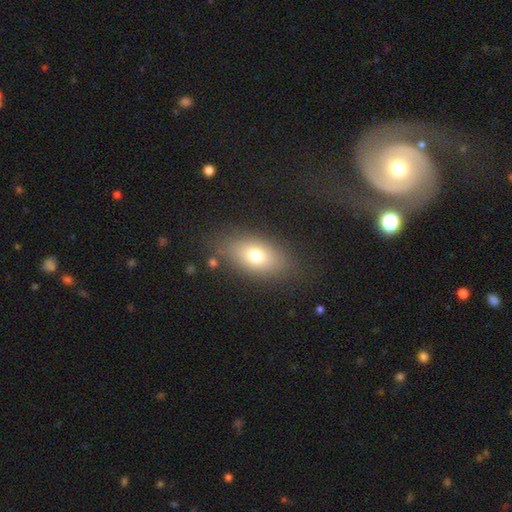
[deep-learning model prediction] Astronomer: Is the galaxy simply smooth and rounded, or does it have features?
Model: smooth — 73%.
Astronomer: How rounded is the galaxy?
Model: in between — 85%.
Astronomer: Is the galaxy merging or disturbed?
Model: none — 79%.